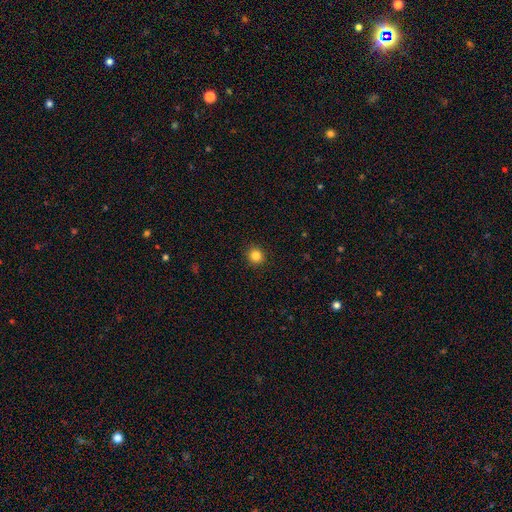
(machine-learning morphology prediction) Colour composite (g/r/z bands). It shows a smooth galaxy with no disk features (84%) that is round (91%). Merging: none (92%).